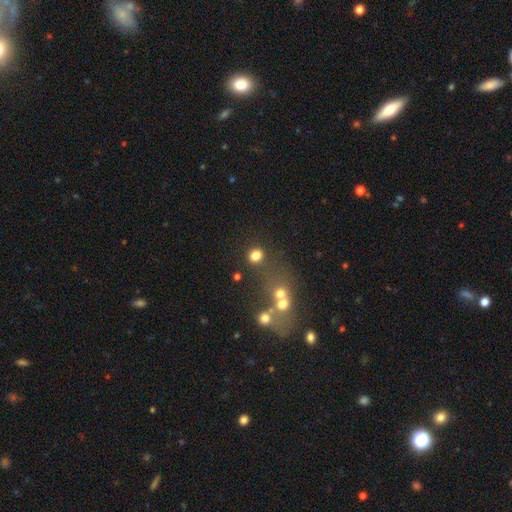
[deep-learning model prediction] A smooth galaxy with no disk features (79%) that is round (82%). Merging: none (75%).